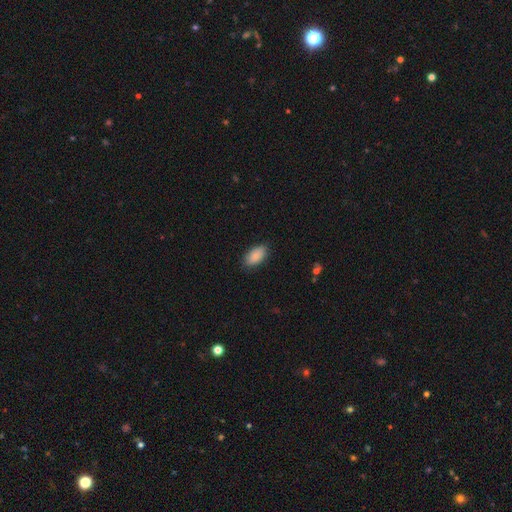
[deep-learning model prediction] smooth 89%, star or artifact 7%, featured or disk 5%. Down the decision tree: how rounded — in between (93%); merging — none (85%).